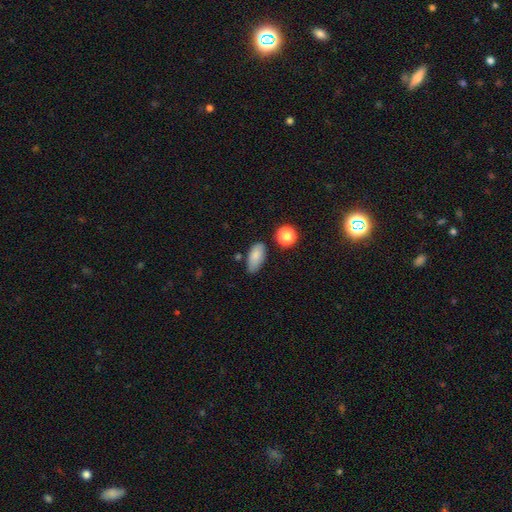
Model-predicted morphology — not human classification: Smooth or featured? Predicted: smooth (p=0.83). How rounded? Predicted: in between (p=0.88). Merging? Predicted: none (p=0.70).